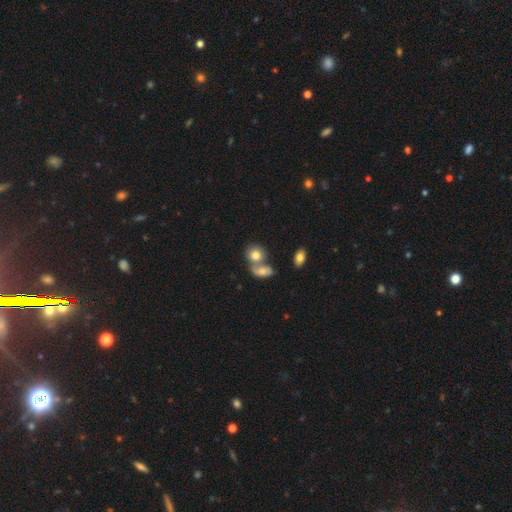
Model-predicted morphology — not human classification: The model was most divided on "merging": merger: 47%, none: 39%, minor disturbance: 9%, major disturbance: 4%. More confident: smooth or featured — smooth (78%); how rounded — round (62%).